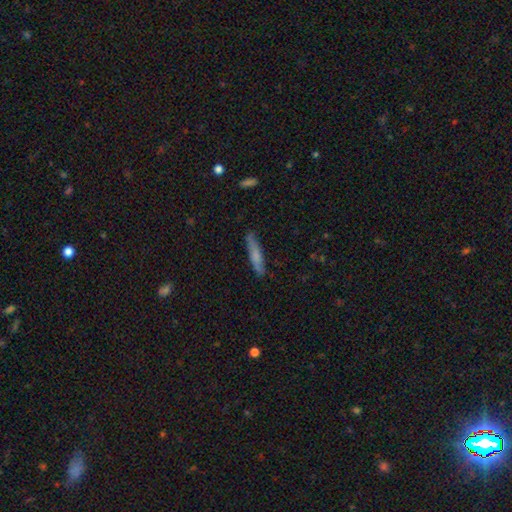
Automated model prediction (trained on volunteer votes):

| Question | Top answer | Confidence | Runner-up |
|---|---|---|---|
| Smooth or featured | smooth | 65% | featured or disk (28%) |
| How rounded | cigar-shaped | 89% | in between (10%) |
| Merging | none | 82% | minor disturbance (14%) |